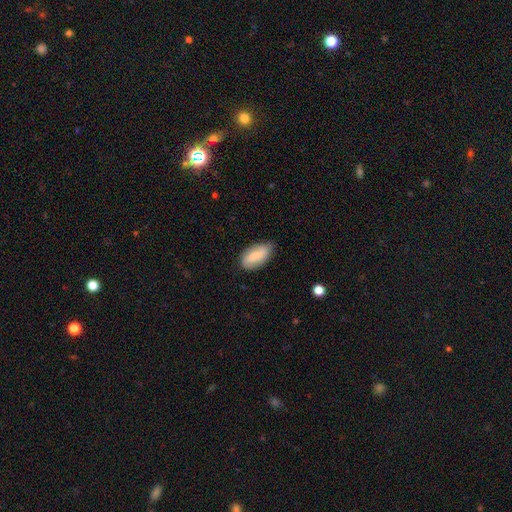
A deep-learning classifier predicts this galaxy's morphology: Q: Smooth or featured?
A: smooth (67%); runner-up: featured or disk (27%)
Q: How rounded?
A: in between (91%); runner-up: cigar-shaped (5%)
Q: Merging?
A: none (75%); runner-up: minor disturbance (20%)